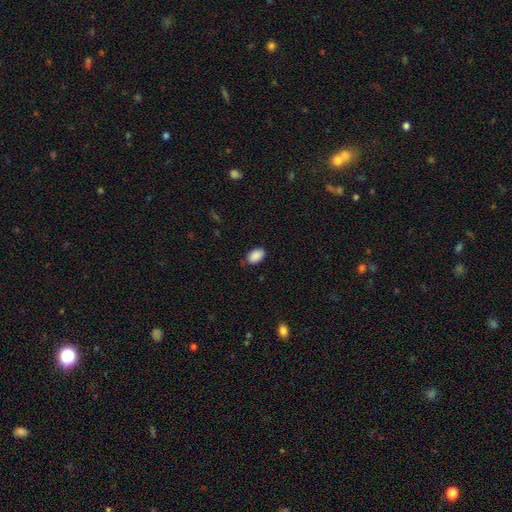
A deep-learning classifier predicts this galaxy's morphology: A smooth galaxy with no disk features (89%) that is in between round and cigar-shaped (90%). Merging: none (79%).